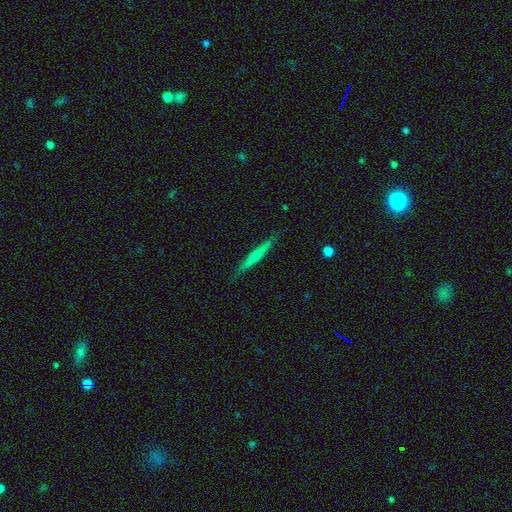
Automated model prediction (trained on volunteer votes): This is possibly a smooth galaxy (57%). How rounded: clearly cigar-shaped (96%). Merging: clearly none (88%).